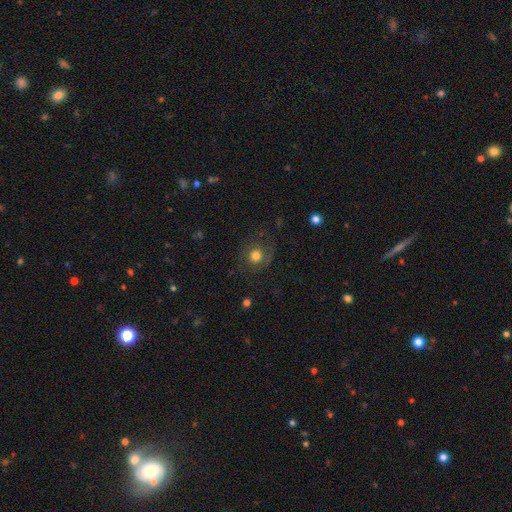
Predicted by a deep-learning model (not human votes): smooth_or_featured: smooth (p=0.62) [alt: featured or disk p=0.26]
how_rounded: round (p=0.83) [alt: in between p=0.16]
merging: none (p=0.69) [alt: minor disturbance p=0.16]